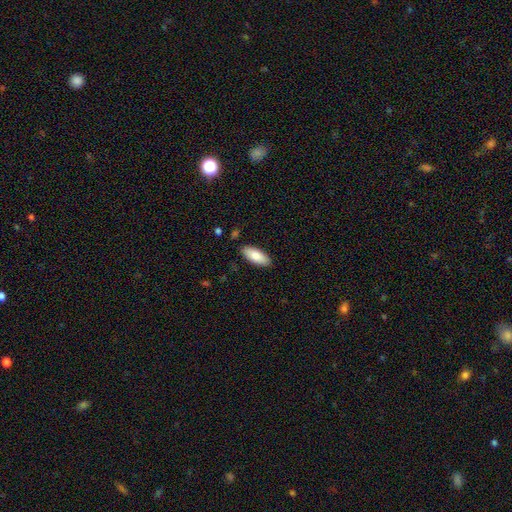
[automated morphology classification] smooth-or-featured: smooth: 84% | featured or disk: 10% | star or artifact: 6%
  how-rounded: in between: 83% | cigar-shaped: 15% | round: 2%
  merging: none: 88% | minor disturbance: 9% | major disturbance: 2% | merger: 1%